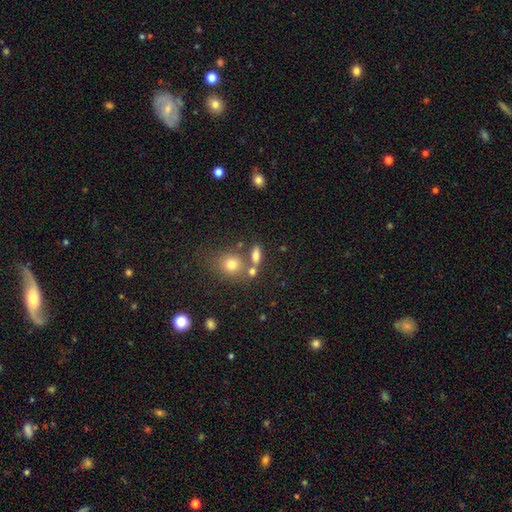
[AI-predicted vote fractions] Smooth or featured?
  - smooth: 72% *
  - featured or disk: 14%
  - star or artifact: 13%
How rounded?
  - in between: 65% *
  - cigar-shaped: 19%
  - round: 17%
Merging?
  - none: 62% *
  - merger: 21%
  - minor disturbance: 12%
  - major disturbance: 5%